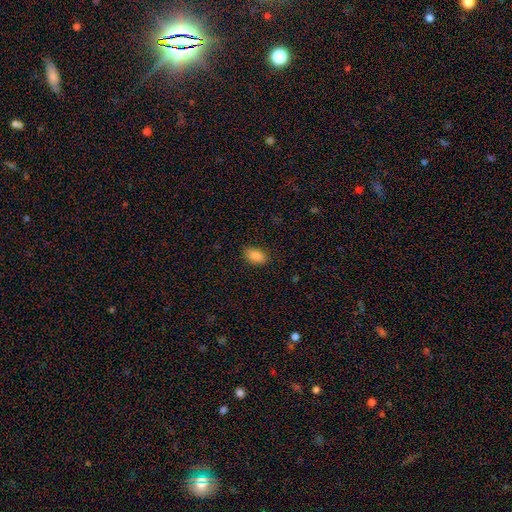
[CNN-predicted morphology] Q: Smooth or featured?
A: smooth (88%); runner-up: star or artifact (9%)
Q: How rounded?
A: in between (91%); runner-up: round (6%)
Q: Merging?
A: none (86%); runner-up: minor disturbance (10%)